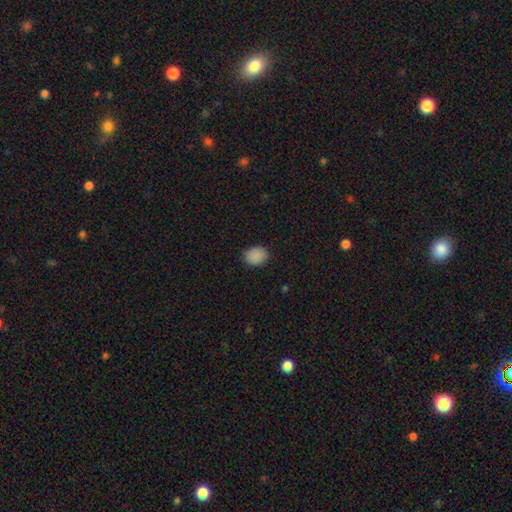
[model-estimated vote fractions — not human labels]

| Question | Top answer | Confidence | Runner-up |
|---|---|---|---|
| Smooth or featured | smooth | 88% | star or artifact (9%) |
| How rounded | in between | 53% | round (46%) |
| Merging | none | 86% | minor disturbance (10%) |